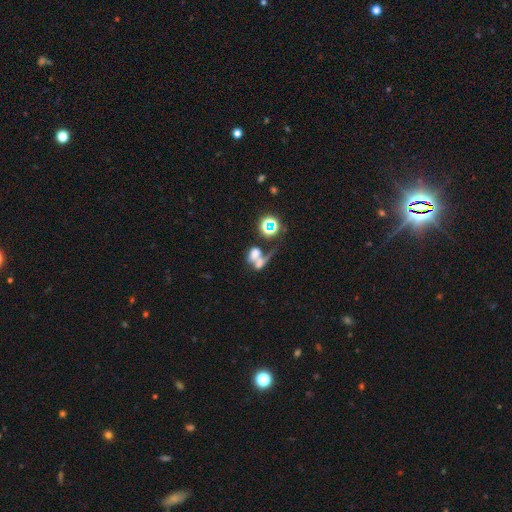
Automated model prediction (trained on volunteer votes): smooth_or_featured: smooth (p=0.51) [alt: featured or disk p=0.28]
how_rounded: in between (p=0.63) [alt: round p=0.33]
merging: merger (p=0.61) [alt: none p=0.17]